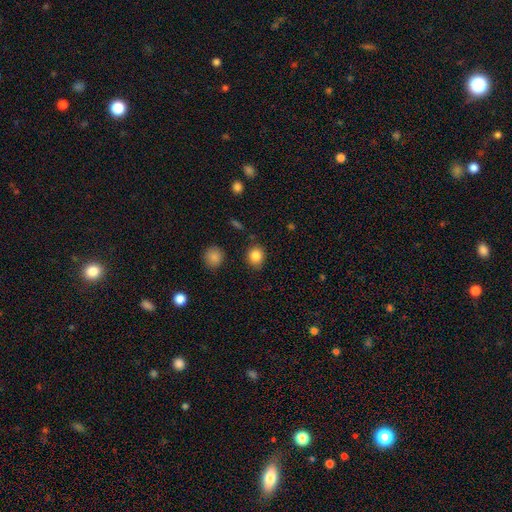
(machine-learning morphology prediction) A smooth galaxy with no disk features (85%) that is round (74%). Merging: none (84%).